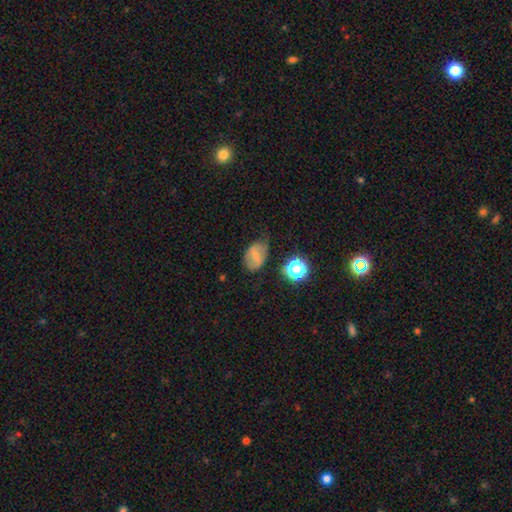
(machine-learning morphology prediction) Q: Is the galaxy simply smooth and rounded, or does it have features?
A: smooth — 56%.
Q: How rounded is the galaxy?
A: in between — 71%.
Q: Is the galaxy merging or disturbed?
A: none — 59%.